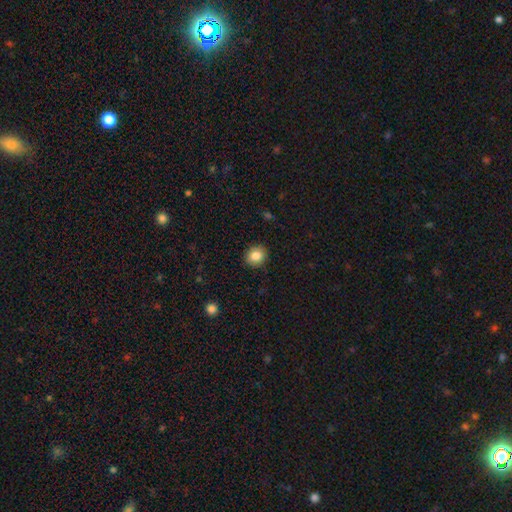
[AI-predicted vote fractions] A smooth galaxy with no disk features (84%) that is round (74%). Merging: none (90%).